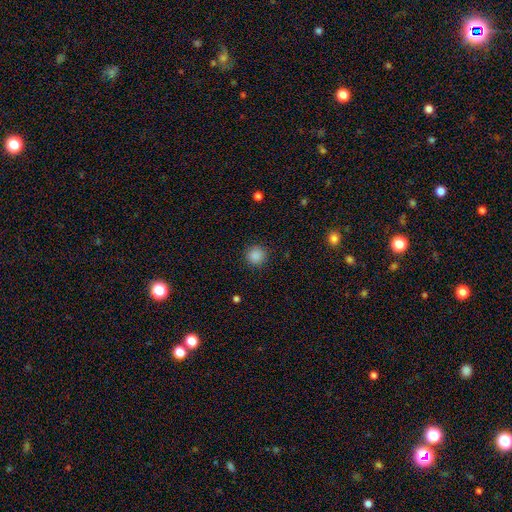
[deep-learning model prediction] Smooth or featured? smooth (87%)
How rounded? round (93%)
Merging? none (90%)